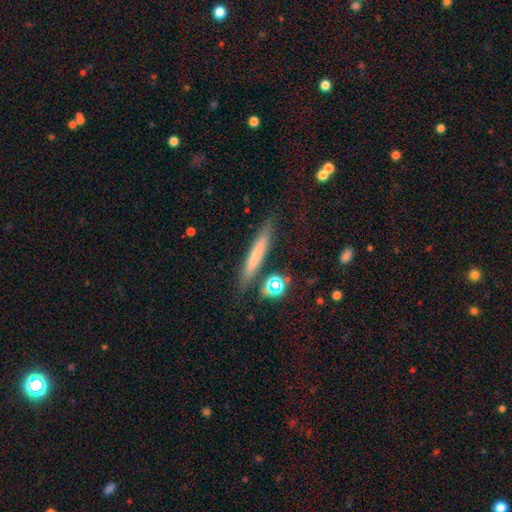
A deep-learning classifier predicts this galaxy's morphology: This appears to be a smooth galaxy with no disk features (62%) that is cigar-shaped (92%). Merging: none (79%).